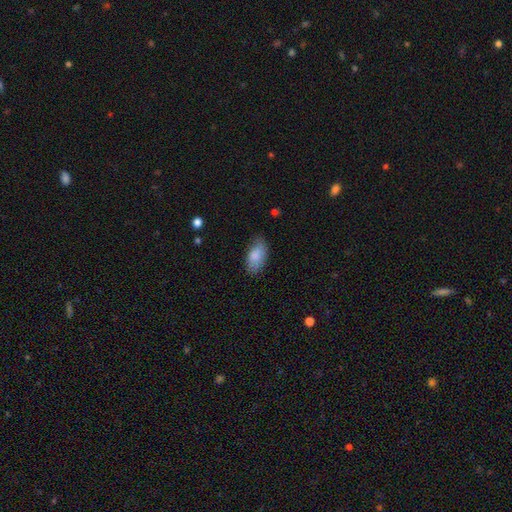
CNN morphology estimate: The model was most divided on "merging": none: 74%, minor disturbance: 21%, major disturbance: 4%, merger: 1%. More confident: how rounded — in between (93%); smooth or featured — smooth (84%).